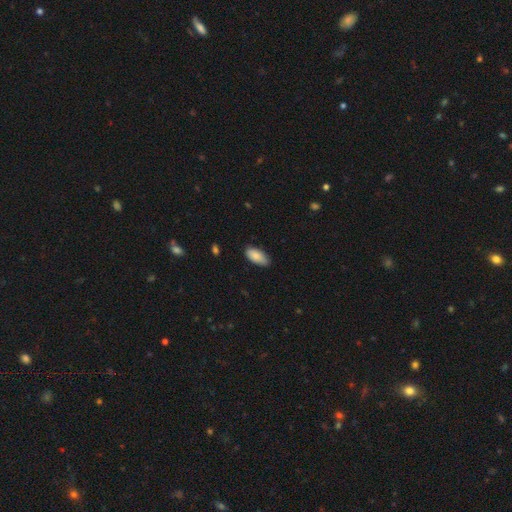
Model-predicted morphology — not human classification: A smooth galaxy with no disk features (85%) that is in between round and cigar-shaped (92%). Merging: none (77%).